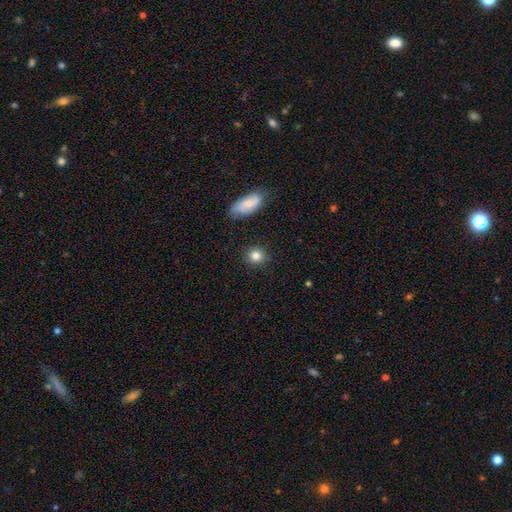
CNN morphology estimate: Q: Smooth or featured?
A: smooth (83%); runner-up: star or artifact (10%)
Q: How rounded?
A: round (87%); runner-up: in between (12%)
Q: Merging?
A: none (87%); runner-up: minor disturbance (9%)